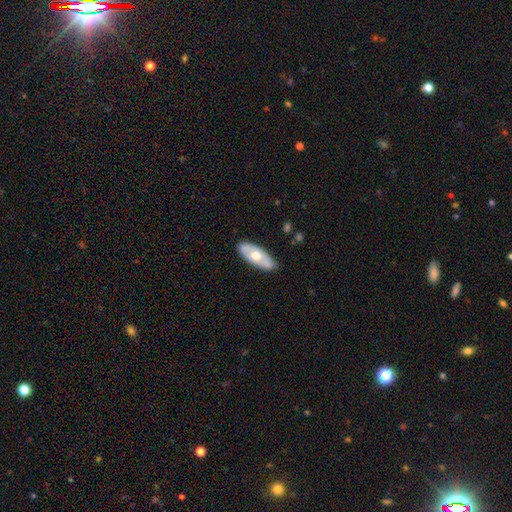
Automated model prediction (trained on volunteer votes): Overall: featured or disk (50%; smooth 45%). Merging: none (80%).